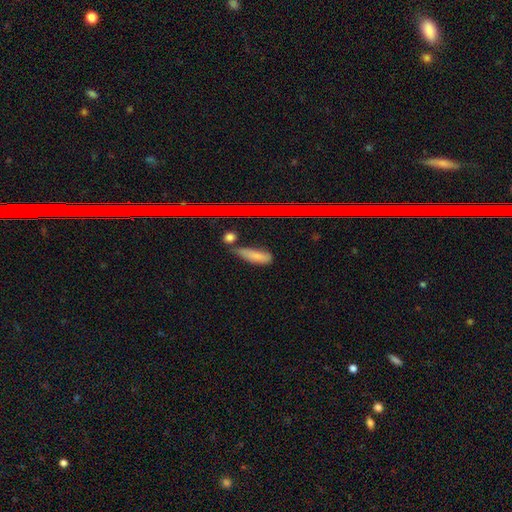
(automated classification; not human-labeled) Q: Smooth or featured?
A: smooth (75%); runner-up: featured or disk (13%)
Q: How rounded?
A: in between (58%); runner-up: cigar-shaped (39%)
Q: Merging?
A: none (64%); runner-up: minor disturbance (24%)